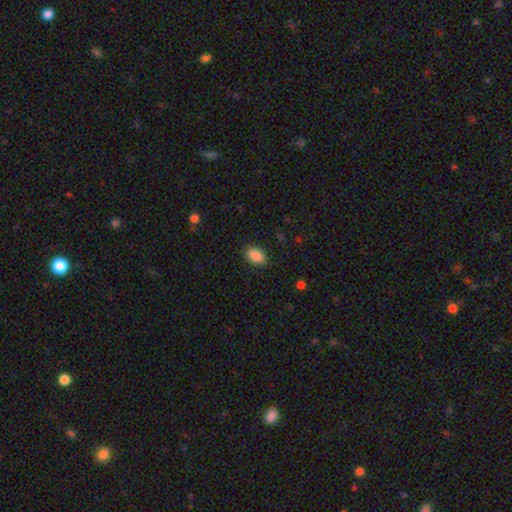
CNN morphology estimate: Smooth or featured? smooth (88%)
How rounded? in between (87%)
Merging? none (88%)